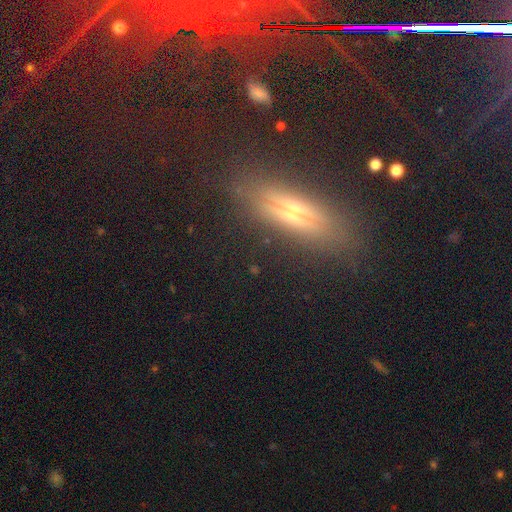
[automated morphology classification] smooth-or-featured: smooth: 37% | star or artifact: 36% | featured or disk: 27%
  merging: none: 84% | minor disturbance: 10% | major disturbance: 4% | merger: 2%